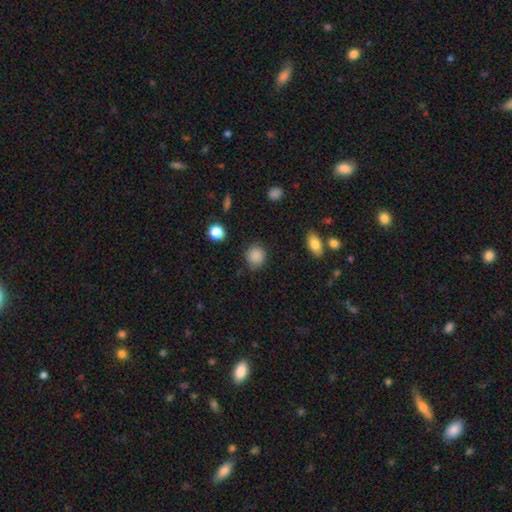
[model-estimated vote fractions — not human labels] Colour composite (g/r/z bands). It shows a smooth galaxy with no disk features (87%) that is round (86%). Merging: none (84%).